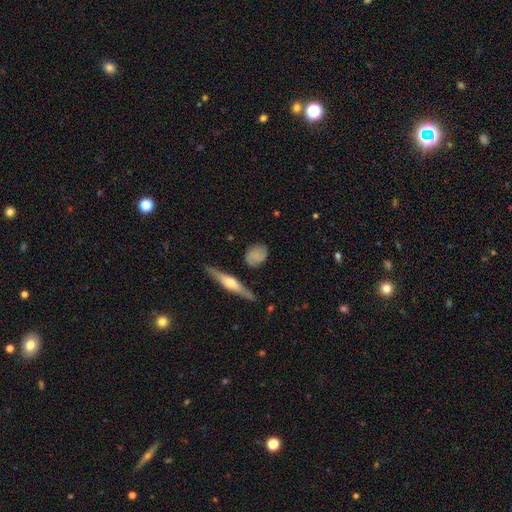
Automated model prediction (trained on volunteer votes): This is likely a smooth galaxy (64%). How rounded: possibly round (49%). Merging: likely none (75%).